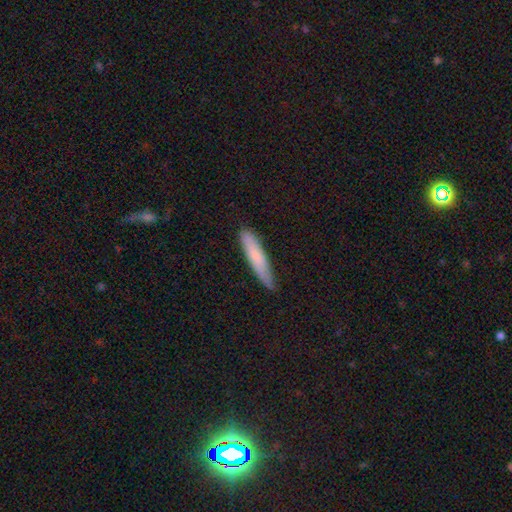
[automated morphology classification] smooth 76%, featured or disk 19%, star or artifact 6%. Down the decision tree: how rounded — cigar-shaped (89%); merging — none (76%).